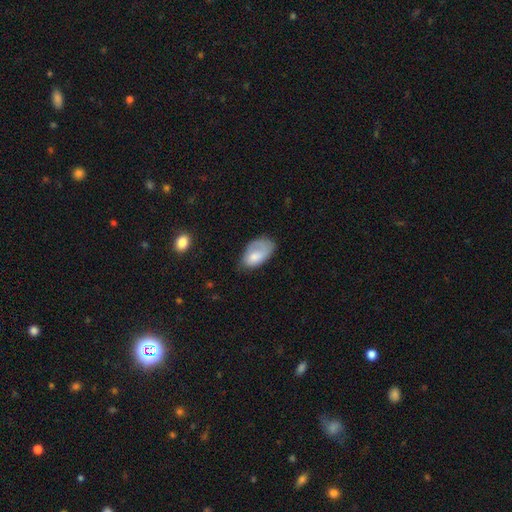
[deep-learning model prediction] This is likely a smooth galaxy (72%). How rounded: clearly in between (93%). Merging: marginally none (44%).